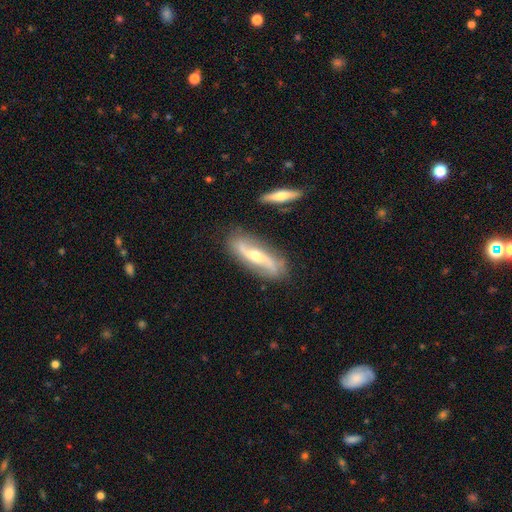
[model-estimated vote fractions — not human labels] smooth_or_featured: featured or disk (p=0.80) [alt: smooth p=0.15]
disk_edge_on: no (p=0.82) [alt: yes p=0.18]
bar: weak (p=0.39) [alt: no p=0.34]
has_spiral_arms: yes (p=0.93) [alt: no p=0.07]
spiral_winding: loose (p=0.67) [alt: medium p=0.24]
spiral_arm_count: 2 (p=0.91) [alt: can't tell p=0.05]
bulge_size: moderate (p=0.61) [alt: small p=0.29]
merging: none (p=0.77) [alt: minor disturbance p=0.15]